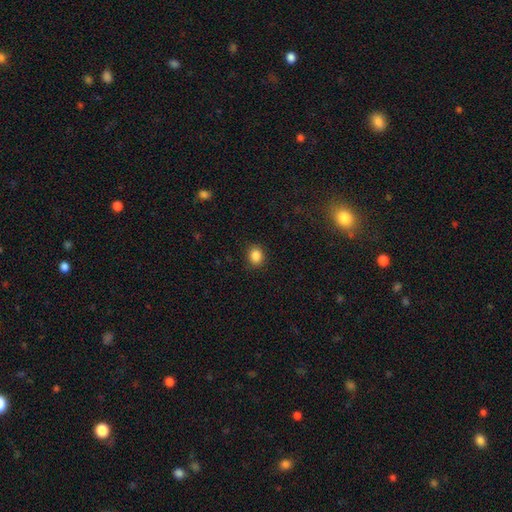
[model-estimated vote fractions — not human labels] Smooth or featured? smooth (86%)
How rounded? round (69%)
Merging? none (89%)